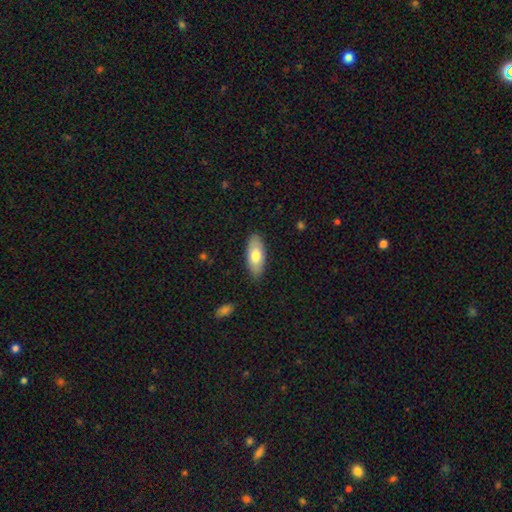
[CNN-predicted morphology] Overall: smooth (73%). How rounded: in between (85%). Merging: none (85%).